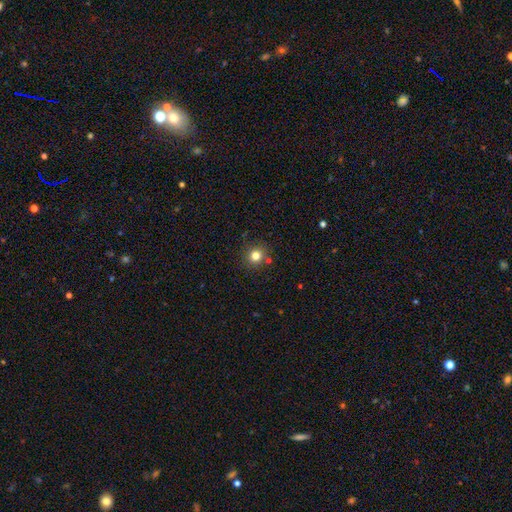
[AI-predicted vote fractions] Smooth or featured? Predicted: smooth (p=0.79). How rounded? Predicted: round (p=0.93). Merging? Predicted: none (p=0.85).